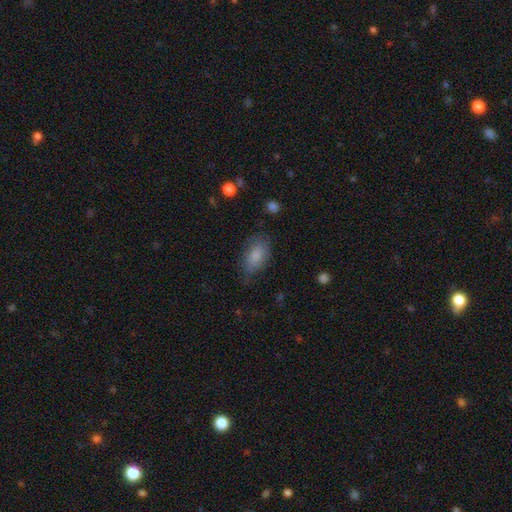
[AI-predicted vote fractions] The model was most divided on "merging": none: 64%, minor disturbance: 26%, major disturbance: 8%, merger: 2%. More confident: how rounded — in between (91%); smooth or featured — smooth (80%).